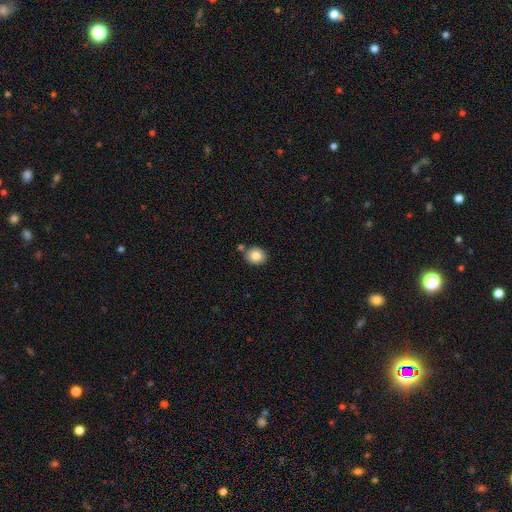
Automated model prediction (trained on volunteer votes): The model was most divided on "how rounded": round: 67%, in between: 32%, cigar-shaped: 1%. More confident: smooth or featured — smooth (82%); merging — none (76%).